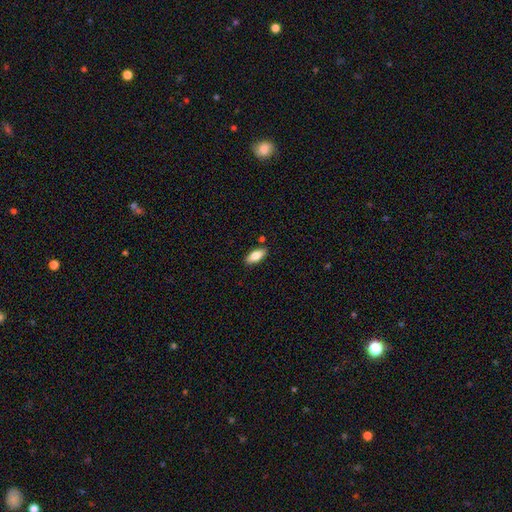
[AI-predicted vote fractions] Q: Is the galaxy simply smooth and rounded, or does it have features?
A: smooth — 80%.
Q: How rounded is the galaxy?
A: in between — 85%.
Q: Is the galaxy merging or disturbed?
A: none — 86%.